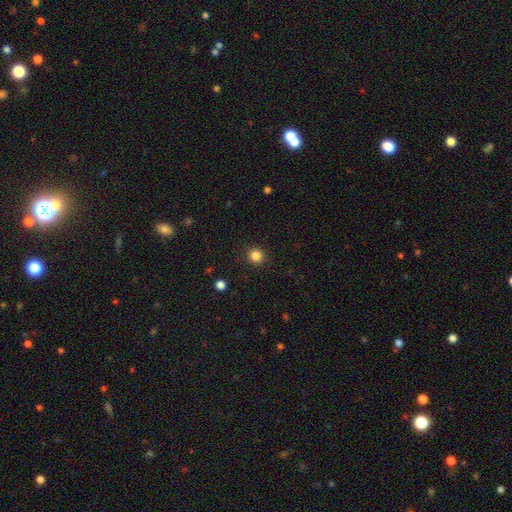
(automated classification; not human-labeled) A smooth galaxy with no disk features (85%) that is round (91%).

Vote fractions:
- Smooth or featured? smooth: 85% / star or artifact: 12% / featured or disk: 4%
- How rounded? round: 91% / in between: 8% / cigar-shaped: 1%
- Merging? none: 91% / minor disturbance: 6% / major disturbance: 2% / merger: 1%